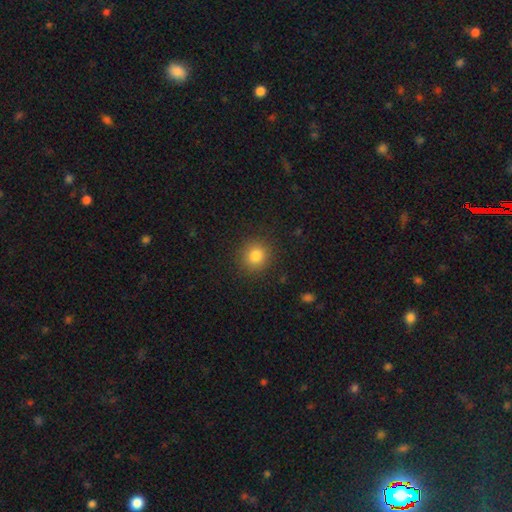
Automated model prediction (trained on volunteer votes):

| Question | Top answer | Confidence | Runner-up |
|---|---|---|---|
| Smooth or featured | smooth | 83% | star or artifact (12%) |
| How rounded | round | 88% | in between (11%) |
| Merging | none | 89% | minor disturbance (8%) |